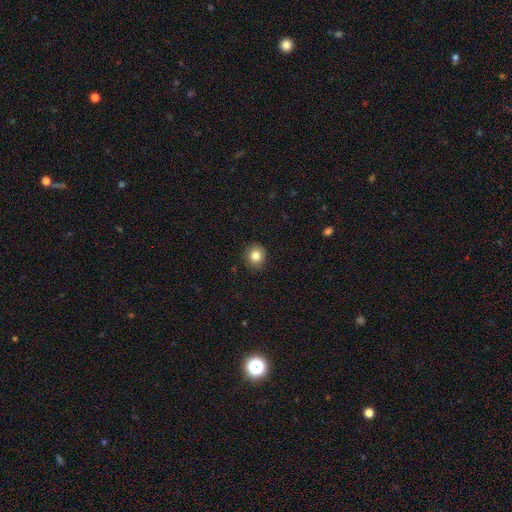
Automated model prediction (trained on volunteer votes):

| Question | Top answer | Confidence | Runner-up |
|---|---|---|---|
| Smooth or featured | smooth | 83% | star or artifact (10%) |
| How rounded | round | 85% | in between (14%) |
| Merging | none | 87% | minor disturbance (10%) |